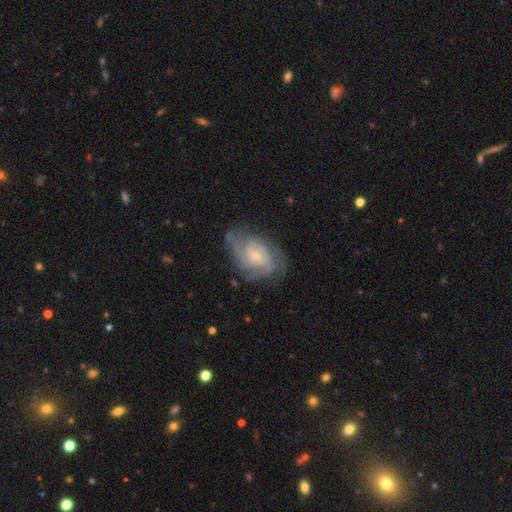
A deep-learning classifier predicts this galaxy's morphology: Smooth or featured: featured or disk — 86% (smooth — 8%)
Edge-on disk: no — 97% (yes — 3%)
Bar: no — 66% (weak — 29%)
Spiral arms: yes — 96% (no — 4%)
Spiral winding: tight — 54% (medium — 38%)
Spiral arm count: 3 — 30% (can't tell — 21%)
Bulge size: small — 73% (moderate — 22%)
Merging: none — 70% (minor disturbance — 19%)